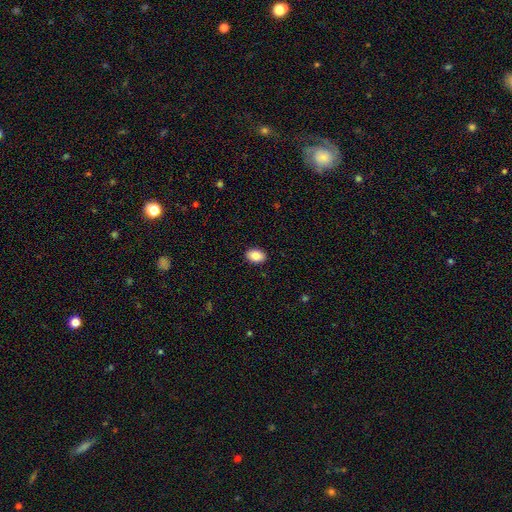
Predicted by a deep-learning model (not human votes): Q: Smooth or featured?
A: smooth (86%); runner-up: star or artifact (7%)
Q: How rounded?
A: in between (85%); runner-up: round (14%)
Q: Merging?
A: none (90%); runner-up: minor disturbance (7%)